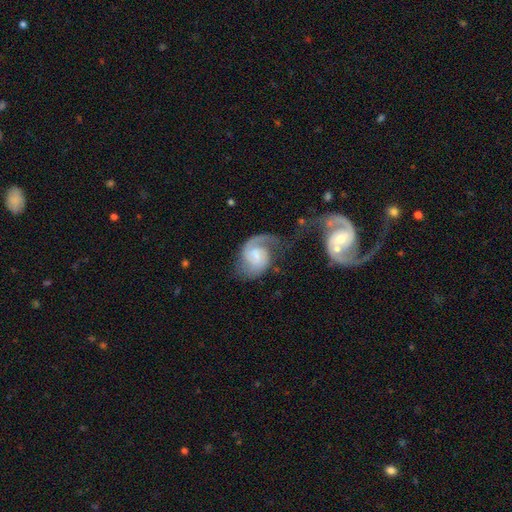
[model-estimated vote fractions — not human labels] Smooth or featured: featured or disk — 78% (smooth — 16%)
Edge-on disk: no — 98% (yes — 2%)
Bar: weak — 47% (no — 44%)
Spiral arms: yes — 95% (no — 5%)
Spiral winding: medium — 46% (loose — 27%)
Spiral arm count: 2 — 57% (1 — 34%)
Bulge size: small — 39% (moderate — 30%)
Merging: none — 40% (major disturbance — 32%)